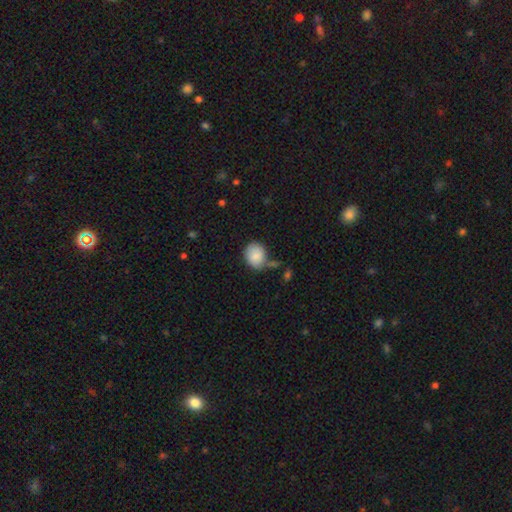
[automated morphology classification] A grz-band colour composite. It shows a smooth galaxy with no disk features (85%) that is round (60%). Merging: none (56%).